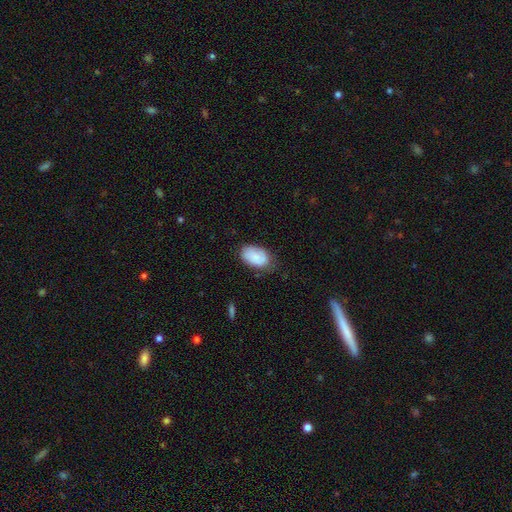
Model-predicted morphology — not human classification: Overall: smooth (84%). How rounded: in between (92%). Merging: none (65%; minor disturbance 27%).